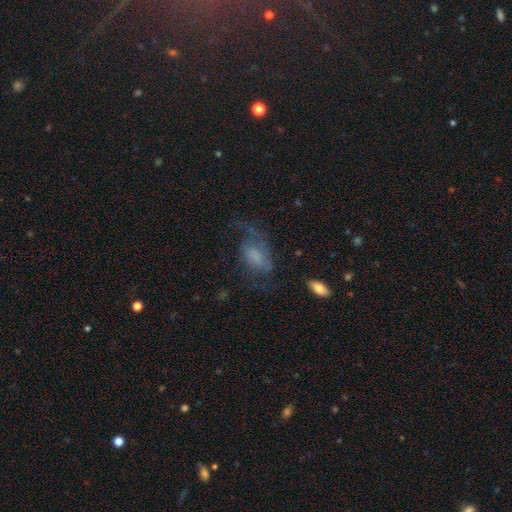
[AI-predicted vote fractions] A featured or disk galaxy (45%).

Vote fractions:
- Smooth or featured? featured or disk: 45% / smooth: 42% / star or artifact: 13%
- Merging? major disturbance: 41% / none: 36% / minor disturbance: 21% / merger: 3%